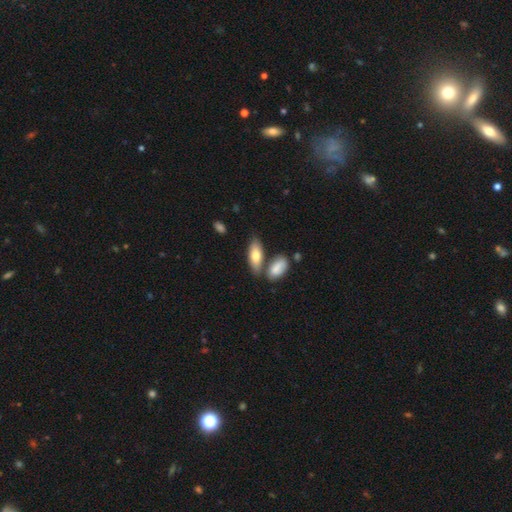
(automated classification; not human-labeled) Overall: smooth (76%). How rounded: in between (77%). Merging: none (60%; merger 23%).